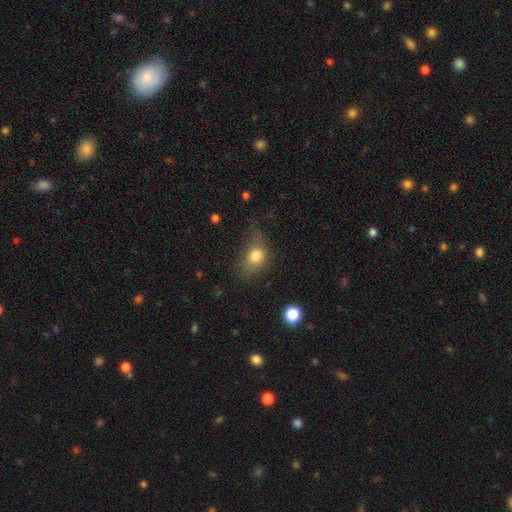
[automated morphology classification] Overall: smooth (77%). How rounded: in between (67%; round 31%). Merging: none (46%; minor disturbance 29%).